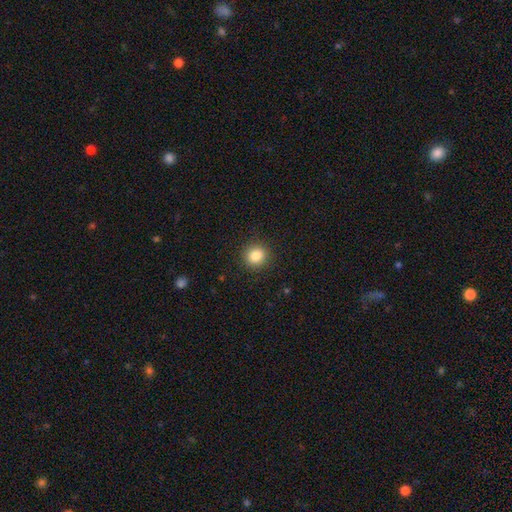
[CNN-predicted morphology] smooth-or-featured: smooth: 84% | star or artifact: 10% | featured or disk: 5%
  how-rounded: round: 86% | in between: 13% | cigar-shaped: 1%
  merging: none: 91% | minor disturbance: 6% | major disturbance: 2% | merger: 1%